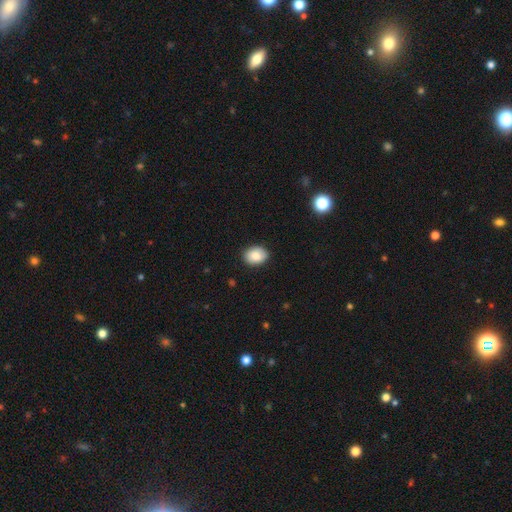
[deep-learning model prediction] Q: Smooth or featured?
A: smooth (86%); runner-up: star or artifact (7%)
Q: How rounded?
A: in between (71%); runner-up: round (28%)
Q: Merging?
A: none (88%); runner-up: minor disturbance (9%)